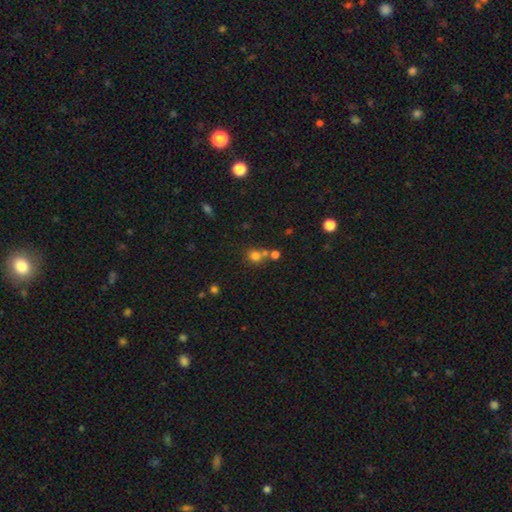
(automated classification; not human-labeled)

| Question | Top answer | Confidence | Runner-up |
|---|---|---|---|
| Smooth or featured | smooth | 74% | star or artifact (17%) |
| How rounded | round | 82% | in between (17%) |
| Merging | none | 52% | merger (35%) |